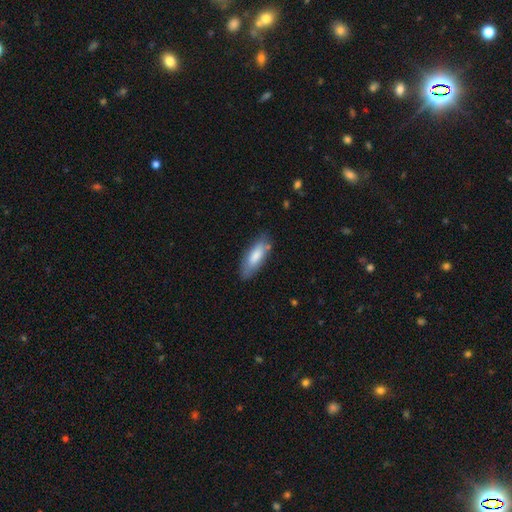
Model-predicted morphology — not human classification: Q: Smooth or featured?
A: smooth (78%); runner-up: featured or disk (16%)
Q: How rounded?
A: in between (65%); runner-up: cigar-shaped (34%)
Q: Merging?
A: none (76%); runner-up: minor disturbance (18%)